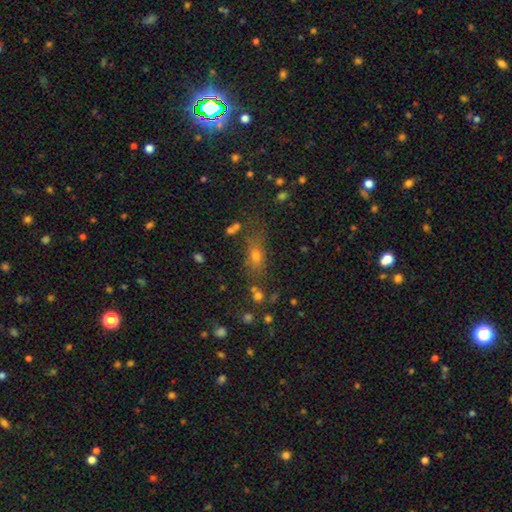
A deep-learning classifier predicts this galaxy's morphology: Smooth or featured: smooth — 62% (star or artifact — 22%)
How rounded: in between — 62% (cigar-shaped — 22%)
Merging: none — 68% (minor disturbance — 16%)